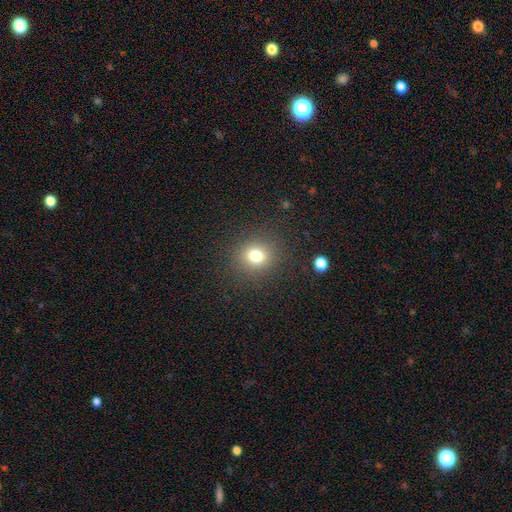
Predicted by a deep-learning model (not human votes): Smooth or featured? smooth (77%)
How rounded? round (81%)
Merging? none (88%)